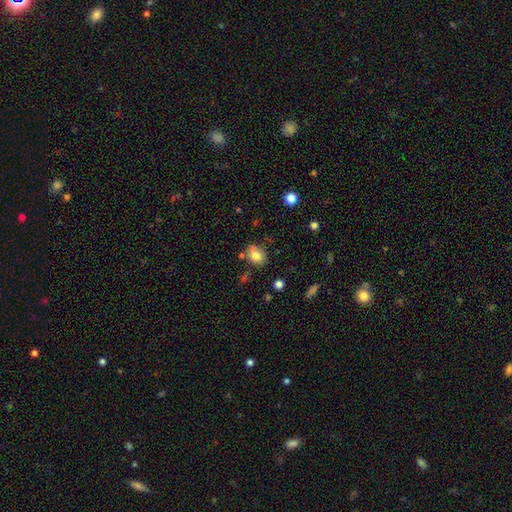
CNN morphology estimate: This appears to be a smooth galaxy with no disk features (77%) that is round (54%). Merging: none (66%).